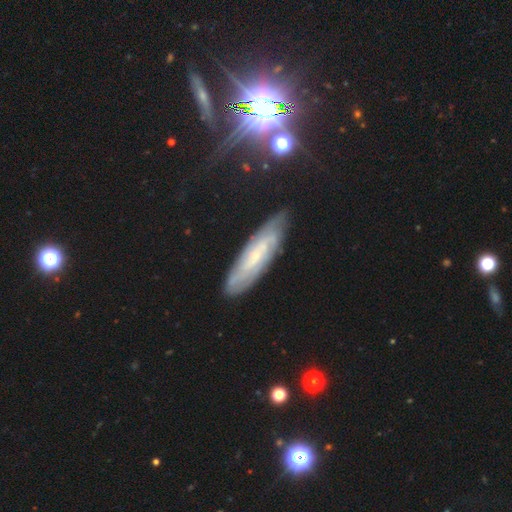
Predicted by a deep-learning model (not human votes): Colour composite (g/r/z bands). It shows a featured or disk galaxy (65%). Merging: none (79%).